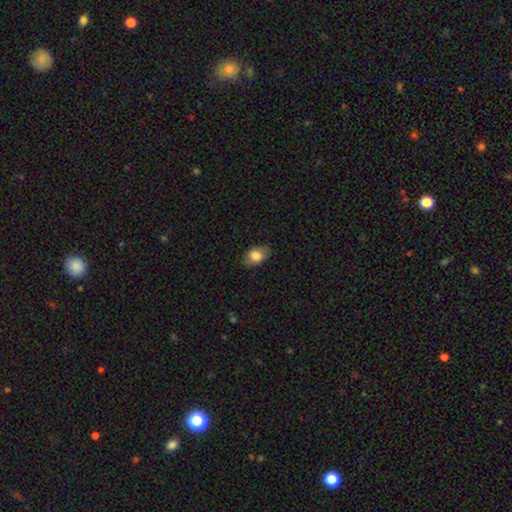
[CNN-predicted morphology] Smooth or featured? Predicted: smooth (p=0.81). How rounded? Predicted: in between (p=0.85). Merging? Predicted: none (p=0.81).